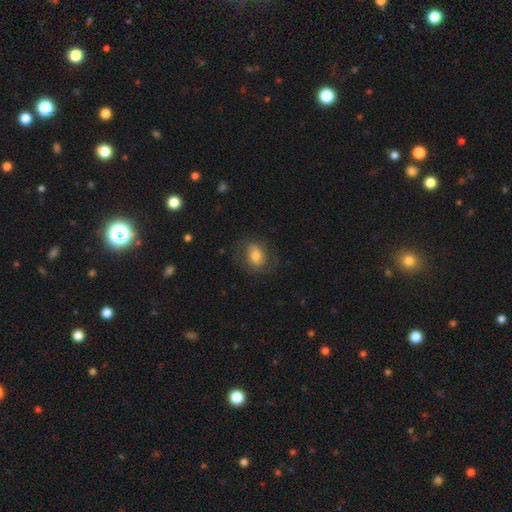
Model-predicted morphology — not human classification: The model was most divided on "smooth or featured": smooth: 54%, featured or disk: 38%, star or artifact: 8%. More confident: merging — none (67%); how rounded — in between (61%).